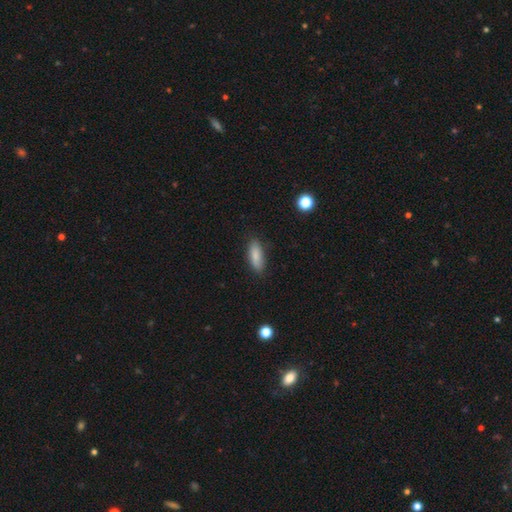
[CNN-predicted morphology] The model was most divided on "how rounded": in between: 69%, cigar-shaped: 29%, round: 2%. More confident: smooth or featured — smooth (85%); merging — none (83%).